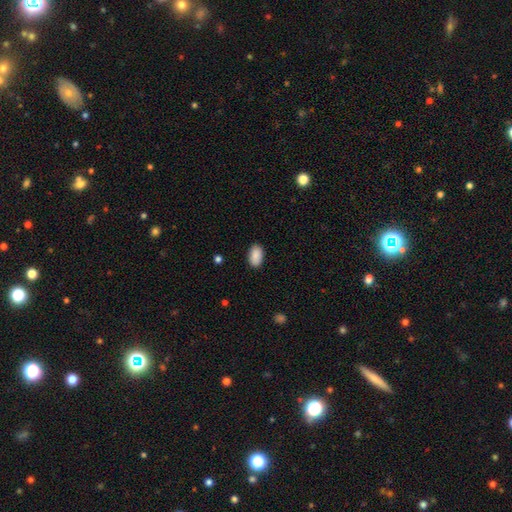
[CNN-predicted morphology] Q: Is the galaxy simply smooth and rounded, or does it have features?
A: smooth — 90%.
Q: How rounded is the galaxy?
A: in between — 93%.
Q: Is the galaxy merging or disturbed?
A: none — 88%.